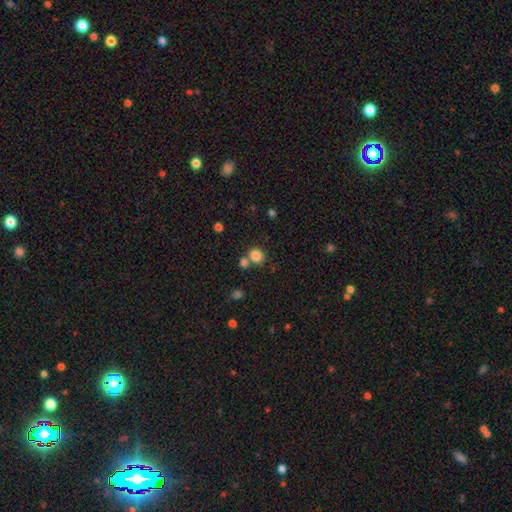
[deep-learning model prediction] Smooth or featured?
  - smooth: 83% *
  - star or artifact: 12%
  - featured or disk: 5%
How rounded?
  - round: 81% *
  - in between: 18%
  - cigar-shaped: 1%
Merging?
  - none: 64% *
  - merger: 24%
  - minor disturbance: 9%
  - major disturbance: 3%